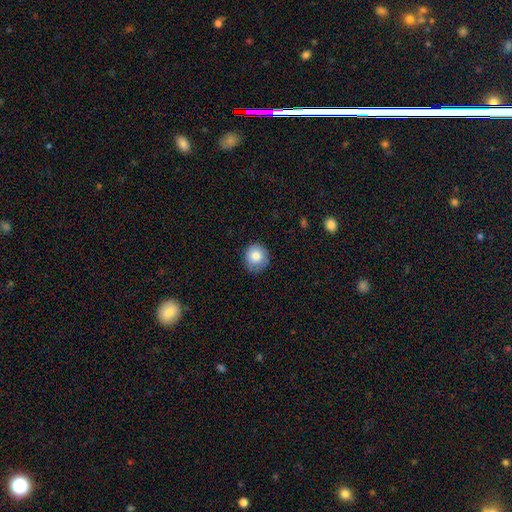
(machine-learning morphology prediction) Smooth or featured? Predicted: smooth (p=0.81). How rounded? Predicted: round (p=0.91). Merging? Predicted: none (p=0.81).